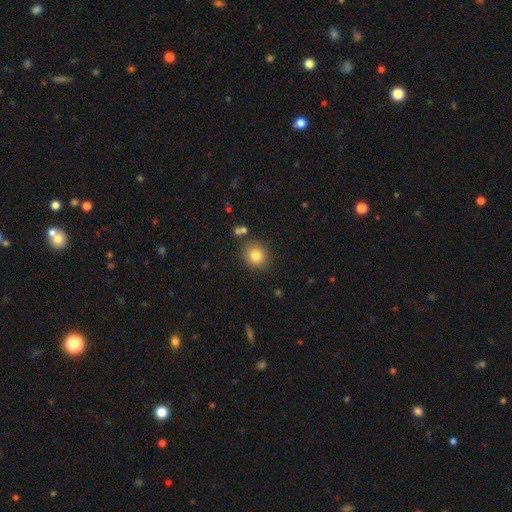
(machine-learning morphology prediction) Smooth or featured?
  - smooth: 82% *
  - star or artifact: 11%
  - featured or disk: 8%
How rounded?
  - round: 83% *
  - in between: 16%
  - cigar-shaped: 1%
Merging?
  - none: 85% *
  - minor disturbance: 8%
  - merger: 4%
  - major disturbance: 3%